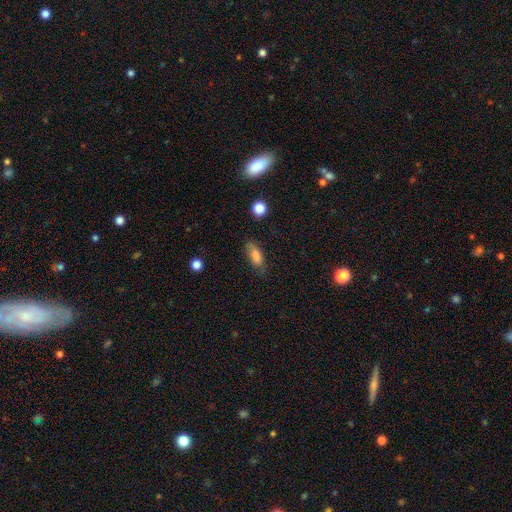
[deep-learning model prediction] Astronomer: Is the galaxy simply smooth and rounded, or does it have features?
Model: smooth — 81%.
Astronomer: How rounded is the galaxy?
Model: in between — 76%.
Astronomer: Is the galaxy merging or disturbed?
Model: none — 72%.